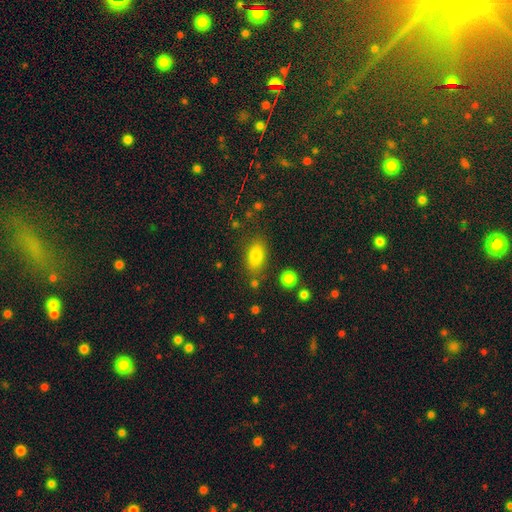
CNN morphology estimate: A smooth galaxy with no disk features (82%) that is in between round and cigar-shaped (85%). Merging: none (77%).